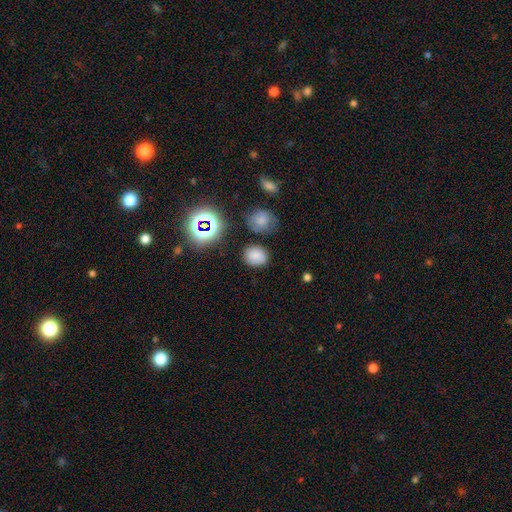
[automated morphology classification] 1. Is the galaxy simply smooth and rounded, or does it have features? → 76% smooth, 16% star or artifact, 7% featured or disk.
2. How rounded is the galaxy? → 52% round, 47% in between, 1% cigar-shaped.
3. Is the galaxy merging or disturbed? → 80% none, 13% minor disturbance, 4% major disturbance, 4% merger.